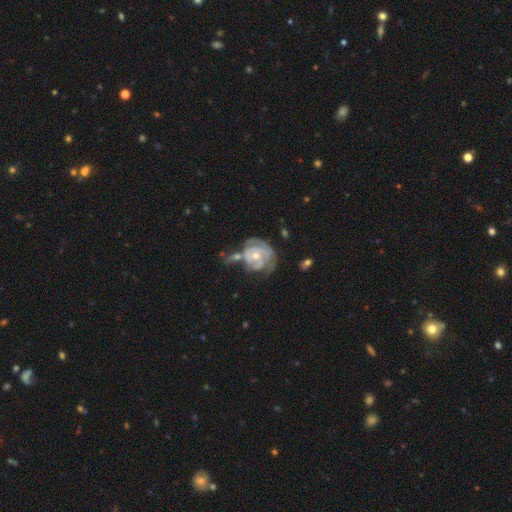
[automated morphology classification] Overall: featured or disk (81%). Edge-on disk: no (97%). Bar: no (76%). Spiral arms: yes (85%). Spiral arm count: can't tell (37%; 2 30%). Spiral winding: tight (68%). Bulge size: moderate (54%; small 41%). Merging: none (31%; merger 24%).